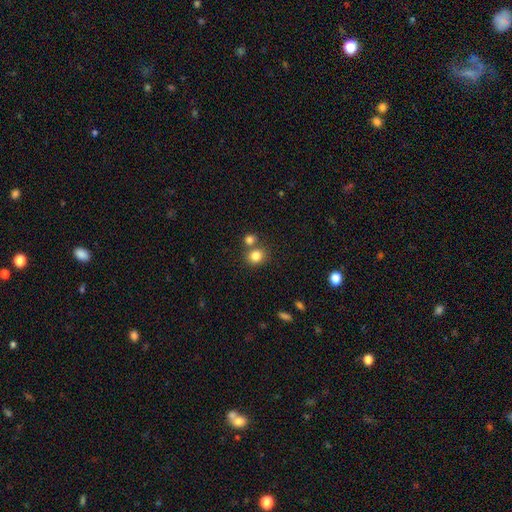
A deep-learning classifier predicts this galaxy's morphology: Smooth or featured?
  - smooth: 82% *
  - star or artifact: 11%
  - featured or disk: 7%
How rounded?
  - round: 77% *
  - in between: 22%
  - cigar-shaped: 1%
Merging?
  - none: 60% *
  - merger: 29%
  - minor disturbance: 8%
  - major disturbance: 3%